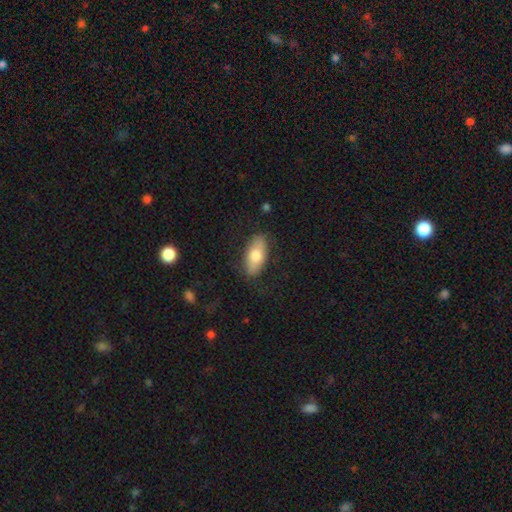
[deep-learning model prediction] A smooth galaxy with no disk features (72%) that is in between round and cigar-shaped (87%).

Vote fractions:
- Smooth or featured? smooth: 72% / featured or disk: 22% / star or artifact: 6%
- How rounded? in between: 87% / cigar-shaped: 9% / round: 3%
- Merging? none: 82% / minor disturbance: 13% / major disturbance: 4% / merger: 1%